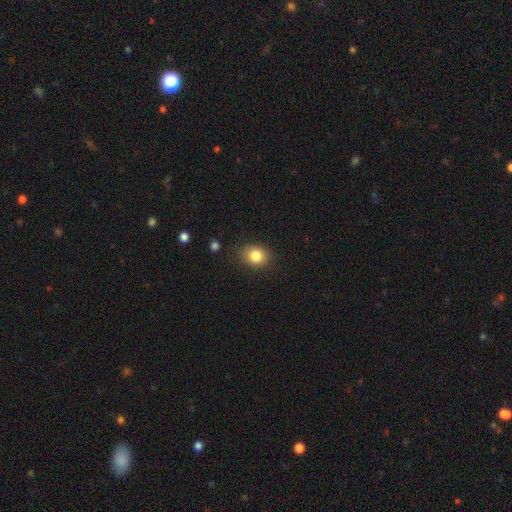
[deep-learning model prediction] Overall: smooth (84%). How rounded: round (51%; in between 48%). Merging: none (83%).